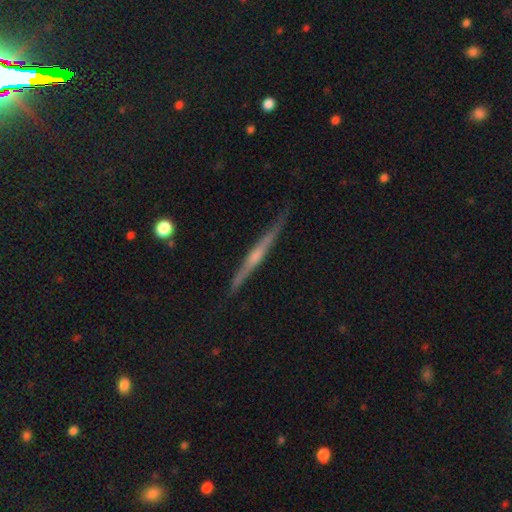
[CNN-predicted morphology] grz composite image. It shows a featured or disk galaxy (72%) viewed edge-on (98%) with a rounded central bulge (58%). Merging: none (87%).